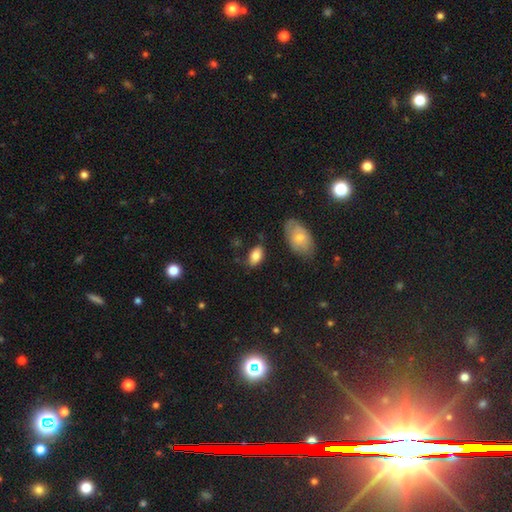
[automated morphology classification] A smooth galaxy with no disk features (83%) that is in between round and cigar-shaped (92%). Merging: none (72%).